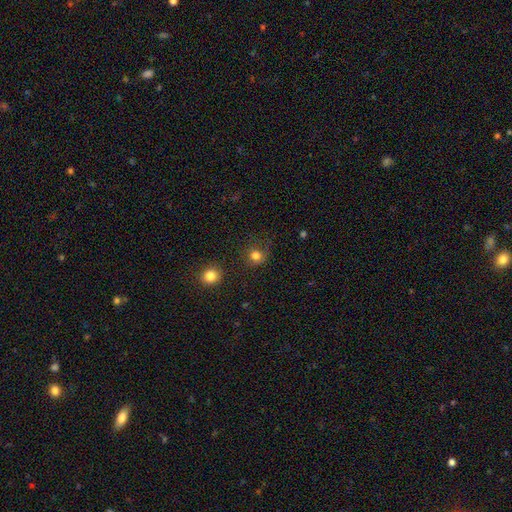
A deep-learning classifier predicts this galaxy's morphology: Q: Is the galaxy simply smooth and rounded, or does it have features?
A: smooth — 79%.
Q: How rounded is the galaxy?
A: round — 88%.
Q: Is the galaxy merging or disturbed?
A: none — 68%.